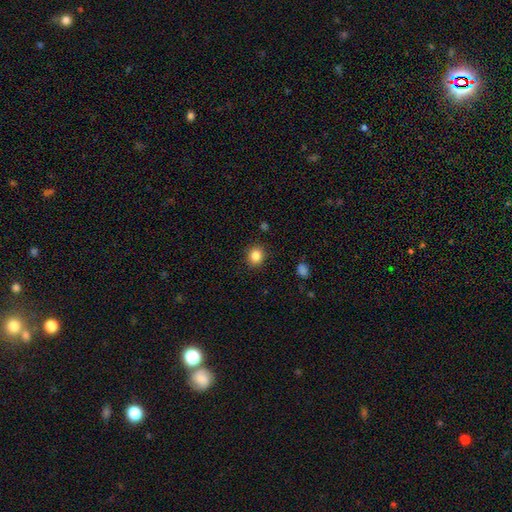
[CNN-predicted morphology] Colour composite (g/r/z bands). It shows a smooth galaxy with no disk features (84%) that is round (79%). Merging: none (89%).